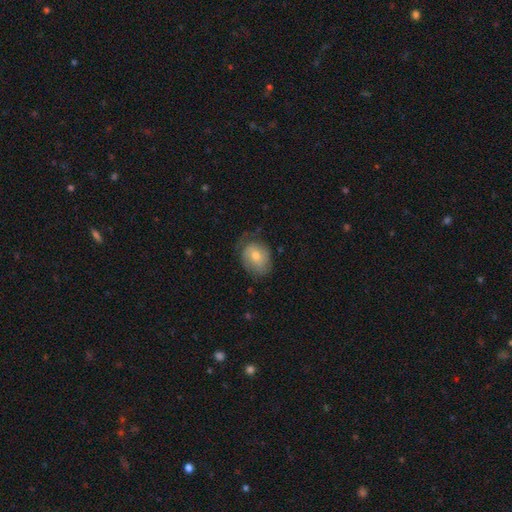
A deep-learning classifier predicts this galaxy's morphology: smooth_or_featured: smooth (p=0.60) [alt: featured or disk p=0.32]
how_rounded: in between (p=0.51) [alt: round p=0.48]
merging: none (p=0.57) [alt: minor disturbance p=0.29]